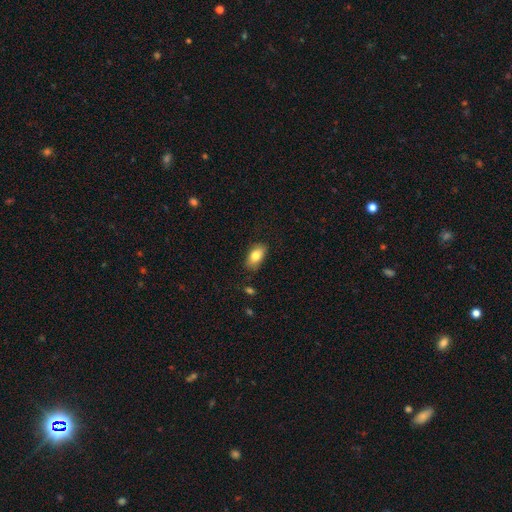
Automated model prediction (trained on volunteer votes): smooth_or_featured: smooth (p=0.81) [alt: featured or disk p=0.12]
how_rounded: in between (p=0.91) [alt: round p=0.06]
merging: none (p=0.82) [alt: minor disturbance p=0.14]